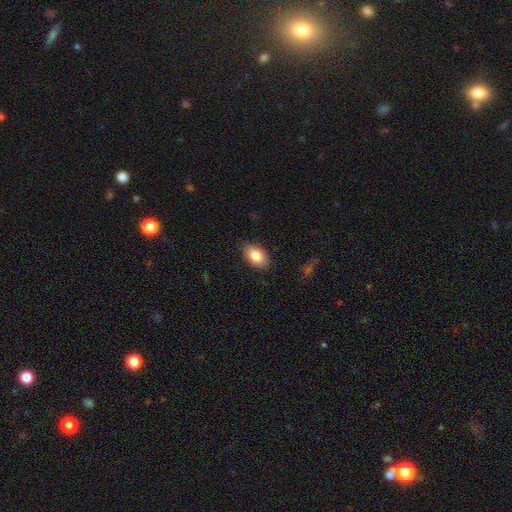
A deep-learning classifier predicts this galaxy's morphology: smooth_or_featured: smooth (p=0.84) [alt: featured or disk p=0.09]
how_rounded: in between (p=0.89) [alt: round p=0.10]
merging: none (p=0.86) [alt: minor disturbance p=0.10]